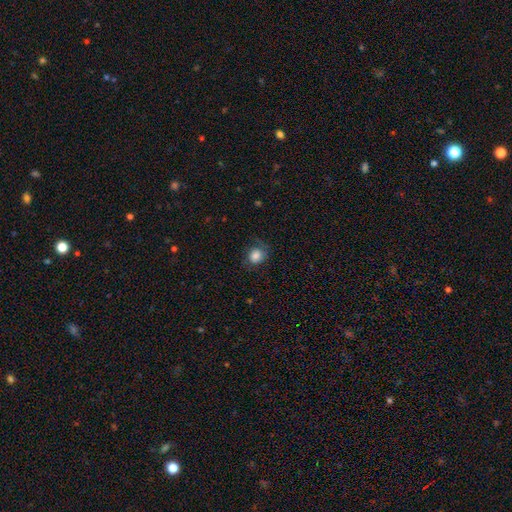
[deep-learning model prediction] Smooth or featured? Predicted: smooth (p=0.79). How rounded? Predicted: round (p=0.72). Merging? Predicted: none (p=0.64).